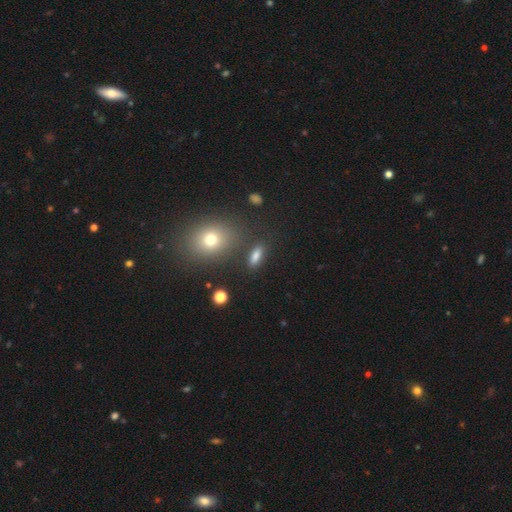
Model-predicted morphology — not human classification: Smooth or featured? smooth (78%)
How rounded? in between (66%)
Merging? none (80%)